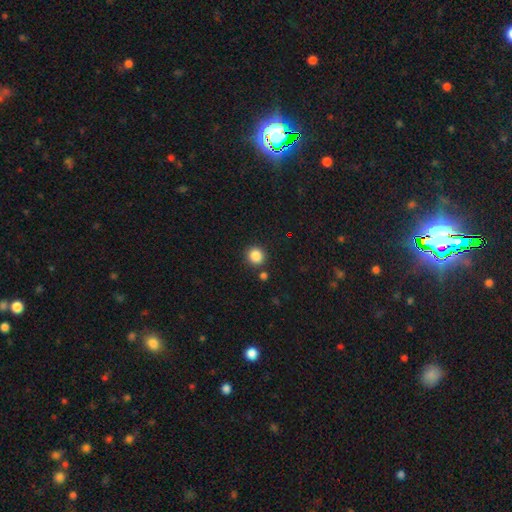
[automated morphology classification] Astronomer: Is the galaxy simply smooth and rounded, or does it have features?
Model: smooth — 86%.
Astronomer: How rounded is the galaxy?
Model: round — 87%.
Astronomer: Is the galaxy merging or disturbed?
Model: none — 84%.